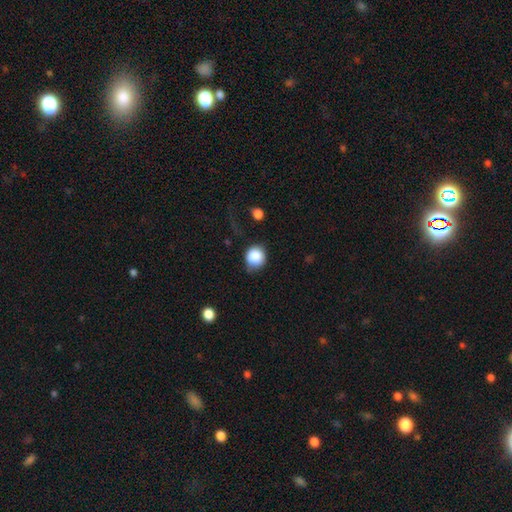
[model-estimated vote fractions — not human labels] smooth_or_featured: smooth (p=0.86) [alt: star or artifact p=0.09]
how_rounded: round (p=0.84) [alt: in between p=0.15]
merging: none (p=0.60) [alt: minor disturbance p=0.27]